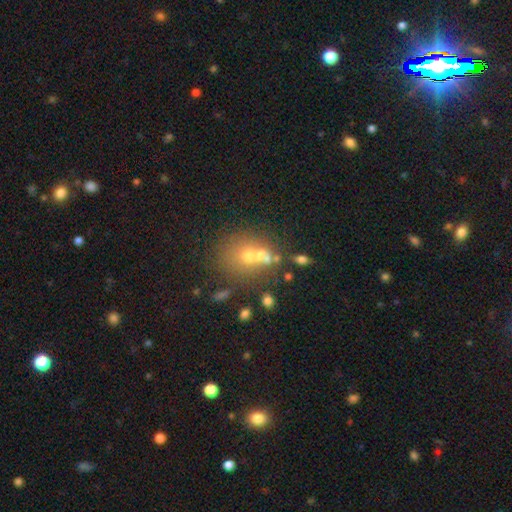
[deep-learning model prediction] smooth-or-featured: smooth: 54% | featured or disk: 26% | star or artifact: 20%
  how-rounded: round: 74% | in between: 25% | cigar-shaped: 1%
  merging: none: 42% | merger: 41% | minor disturbance: 10% | major disturbance: 6%